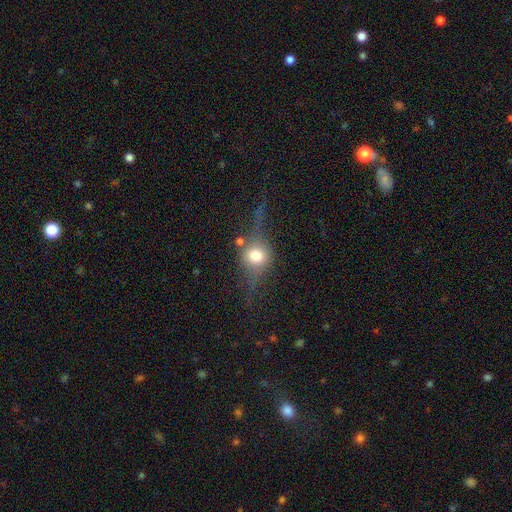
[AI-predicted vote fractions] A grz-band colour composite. It shows a featured or disk galaxy (48%). Merging: none (62%).